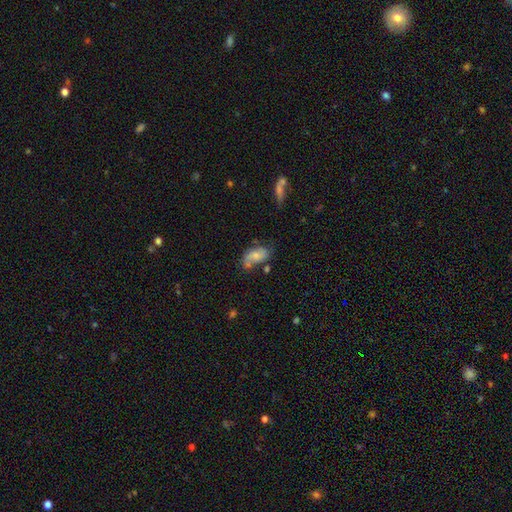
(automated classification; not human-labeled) This is possibly a smooth galaxy (50%). How rounded: clearly in between (91%). Merging: possibly none (46%).